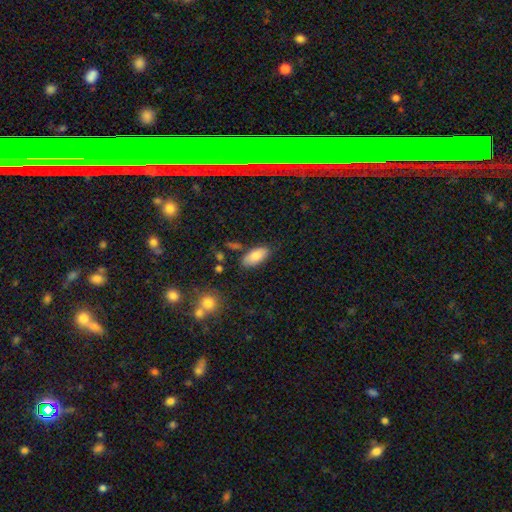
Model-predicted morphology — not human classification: Smooth or featured?
  - smooth: 83% *
  - featured or disk: 10%
  - star or artifact: 7%
How rounded?
  - in between: 90% *
  - cigar-shaped: 8%
  - round: 2%
Merging?
  - none: 79% *
  - minor disturbance: 14%
  - merger: 4%
  - major disturbance: 3%